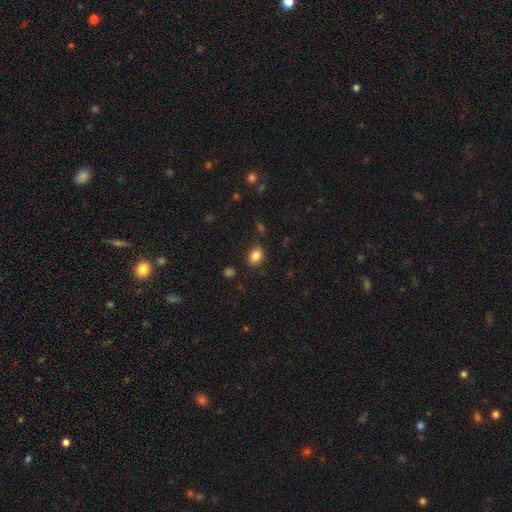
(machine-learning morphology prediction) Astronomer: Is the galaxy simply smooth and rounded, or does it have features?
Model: smooth — 85%.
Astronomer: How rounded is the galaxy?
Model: in between — 79%.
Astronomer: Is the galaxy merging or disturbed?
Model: none — 80%.